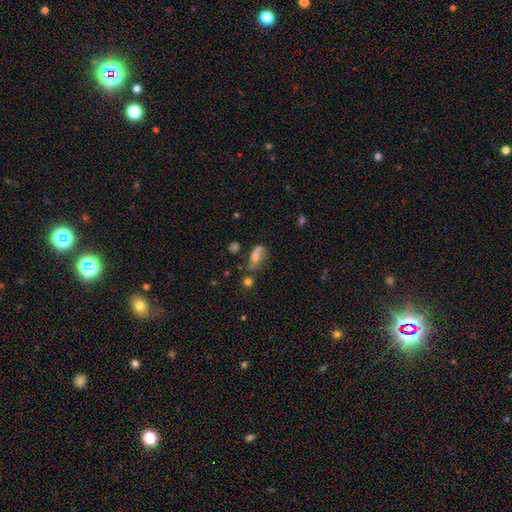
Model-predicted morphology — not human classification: The model was most divided on "smooth or featured": smooth: 44%, featured or disk: 43%, star or artifact: 13%. Remaining: merging — none (44%).